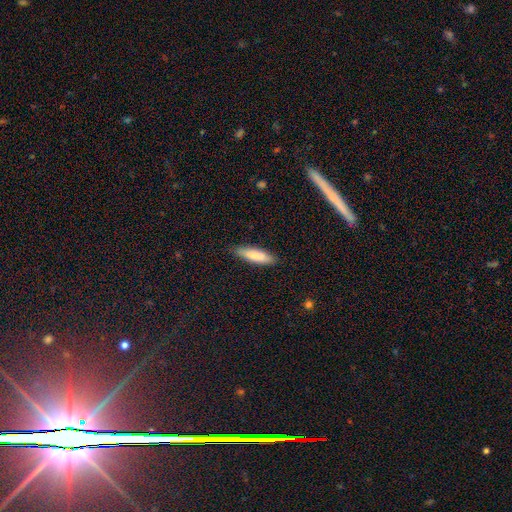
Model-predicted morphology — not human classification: Smooth or featured? smooth (81%)
How rounded? cigar-shaped (68%)
Merging? none (86%)